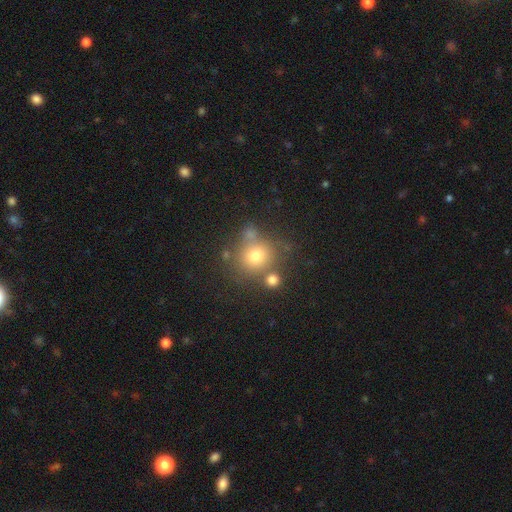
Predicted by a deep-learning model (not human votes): smooth_or_featured: smooth (p=0.73) [alt: star or artifact p=0.15]
how_rounded: round (p=0.82) [alt: in between p=0.17]
merging: none (p=0.63) [alt: merger p=0.19]